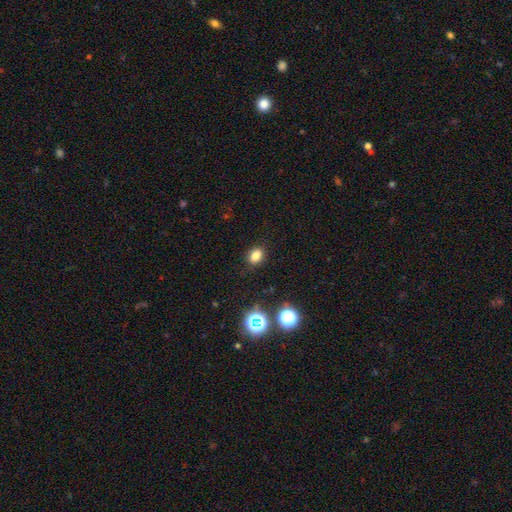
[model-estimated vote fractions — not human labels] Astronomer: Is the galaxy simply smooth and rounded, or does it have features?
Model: smooth — 79%.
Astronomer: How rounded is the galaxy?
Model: in between — 65%.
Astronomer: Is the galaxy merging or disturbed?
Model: none — 87%.